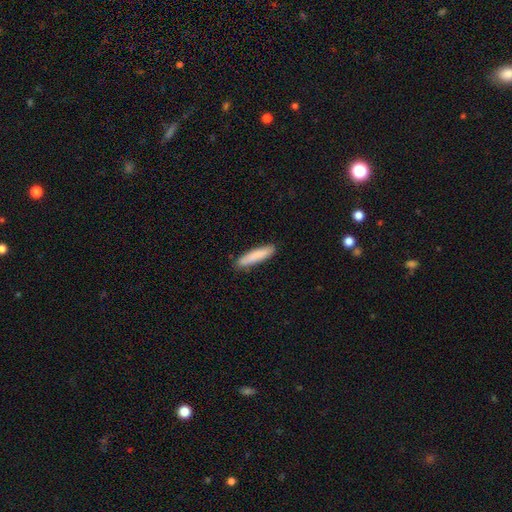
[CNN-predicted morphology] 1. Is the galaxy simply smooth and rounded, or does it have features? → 85% smooth, 9% featured or disk, 5% star or artifact.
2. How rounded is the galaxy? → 86% cigar-shaped, 13% in between, 1% round.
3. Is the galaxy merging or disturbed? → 88% none, 9% minor disturbance, 2% major disturbance, 1% merger.